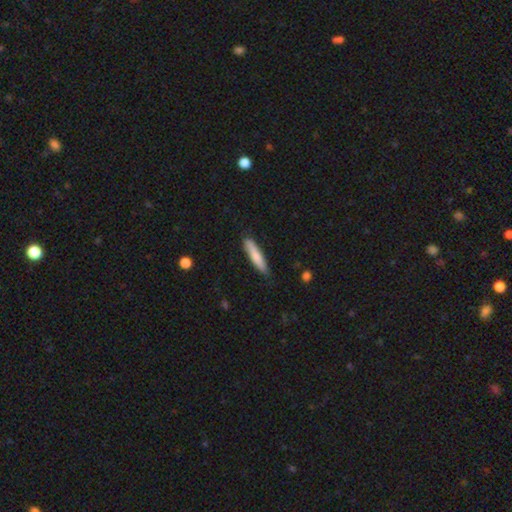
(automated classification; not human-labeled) Overall: smooth (78%). How rounded: cigar-shaped (86%). Merging: none (84%).